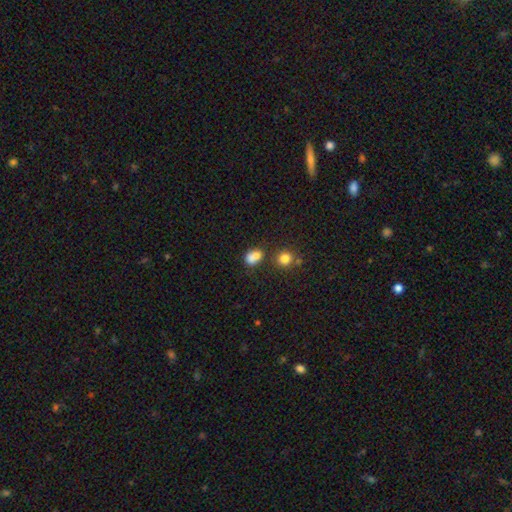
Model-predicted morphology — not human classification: smooth_or_featured: smooth (p=0.79) [alt: star or artifact p=0.12]
how_rounded: in between (p=0.71) [alt: round p=0.27]
merging: none (p=0.42) [alt: merger p=0.34]